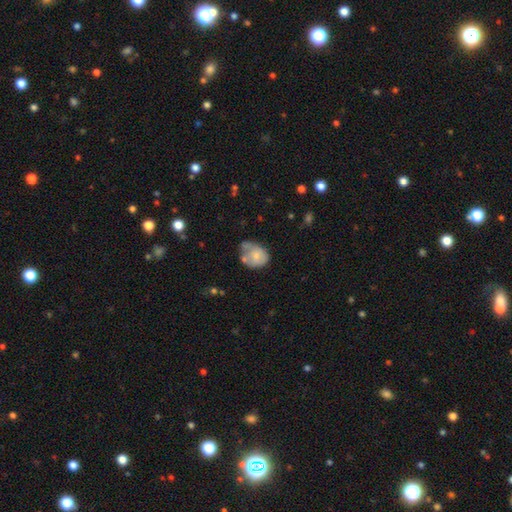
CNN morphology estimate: smooth 63%, featured or disk 29%, star or artifact 8%. Down the decision tree: how rounded — in between (53%); merging — minor disturbance (34%).